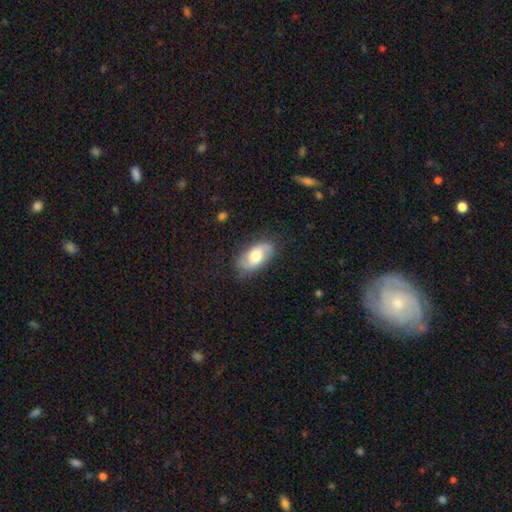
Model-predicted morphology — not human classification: This is possibly a featured or disk galaxy (50%). It is clearly not viewed edge-on (92%). Merging: likely none (76%).